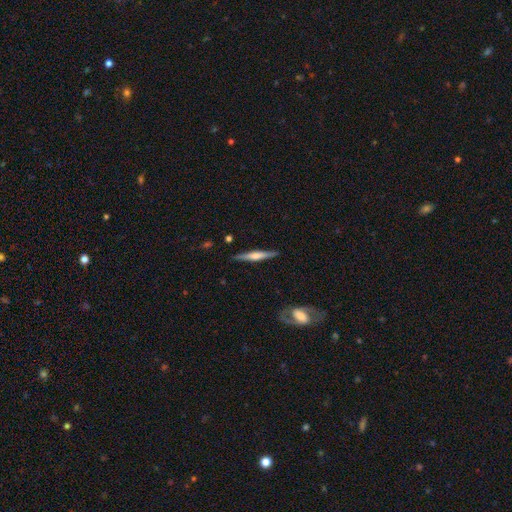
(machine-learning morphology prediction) A featured or disk galaxy (62%) viewed edge-on (97%) with a rounded central bulge (74%). Merging: none (89%).